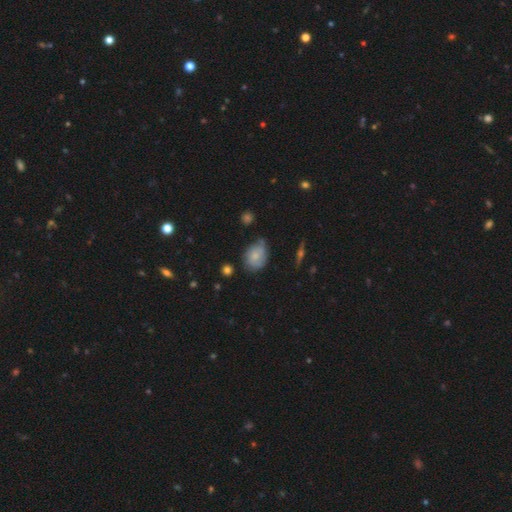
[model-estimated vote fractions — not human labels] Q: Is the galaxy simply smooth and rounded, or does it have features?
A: smooth — 64%.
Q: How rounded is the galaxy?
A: in between — 70%.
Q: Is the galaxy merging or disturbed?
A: none — 46%.